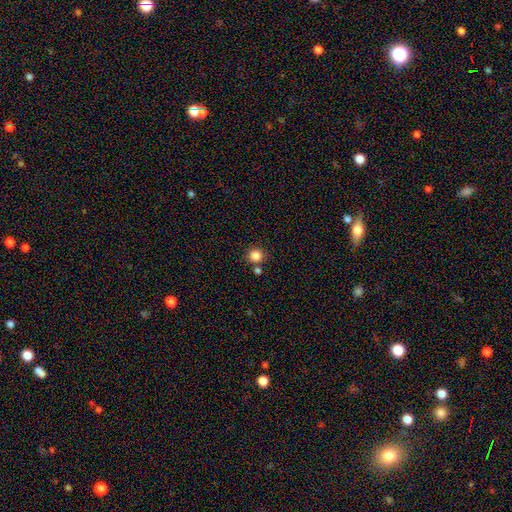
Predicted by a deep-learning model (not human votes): smooth_or_featured: smooth (p=0.84) [alt: star or artifact p=0.12]
how_rounded: round (p=0.91) [alt: in between p=0.08]
merging: none (p=0.78) [alt: merger p=0.12]